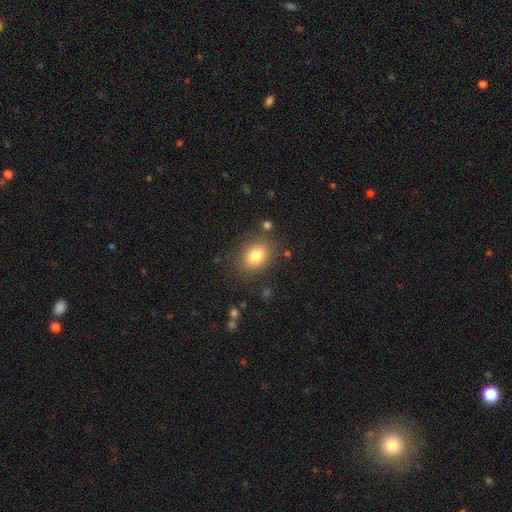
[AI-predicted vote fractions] Smooth or featured? Predicted: smooth (p=0.81). How rounded? Predicted: in between (p=0.55). Merging? Predicted: none (p=0.81).